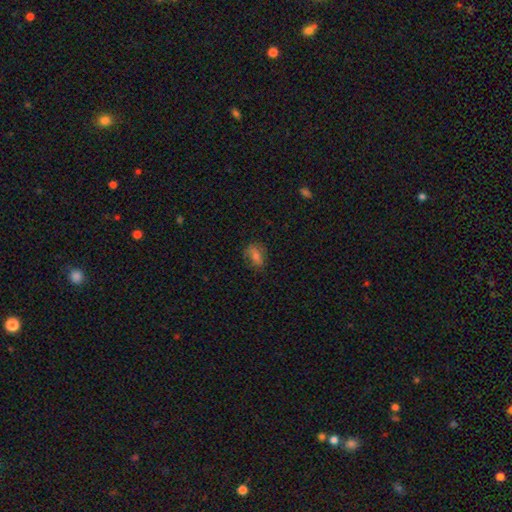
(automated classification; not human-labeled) This is possibly a smooth galaxy (56%). How rounded: likely in between (64%). Merging: likely none (69%).